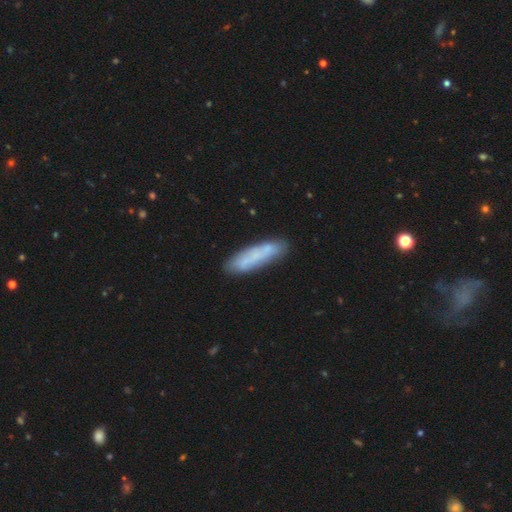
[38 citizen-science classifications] smooth-or-featured: smooth: 50% | featured or disk: 45% | star or artifact: 5%
  how-rounded: cigar-shaped: 84% | in between: 16% | round: 0%
  merging: none: 72% | merger: 14% | minor disturbance: 8% | major disturbance: 6%